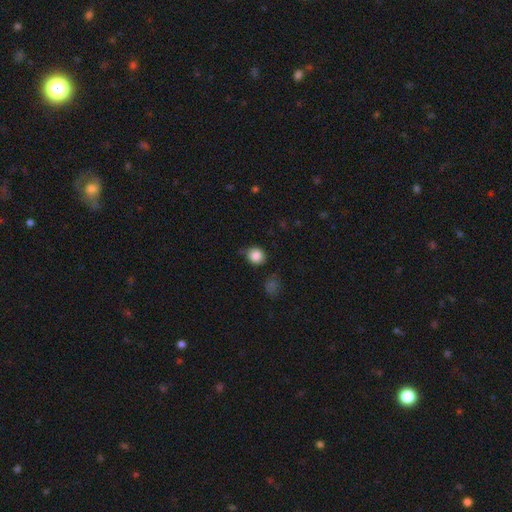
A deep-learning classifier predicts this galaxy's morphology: Smooth or featured?
  - smooth: 86% *
  - star or artifact: 9%
  - featured or disk: 5%
How rounded?
  - round: 79% *
  - in between: 20%
  - cigar-shaped: 1%
Merging?
  - none: 74% *
  - minor disturbance: 18%
  - major disturbance: 4%
  - merger: 3%